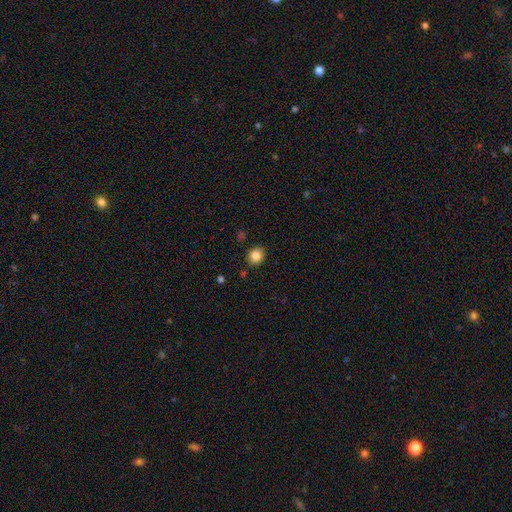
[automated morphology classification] Overall: smooth (85%). How rounded: round (73%). Merging: none (87%).